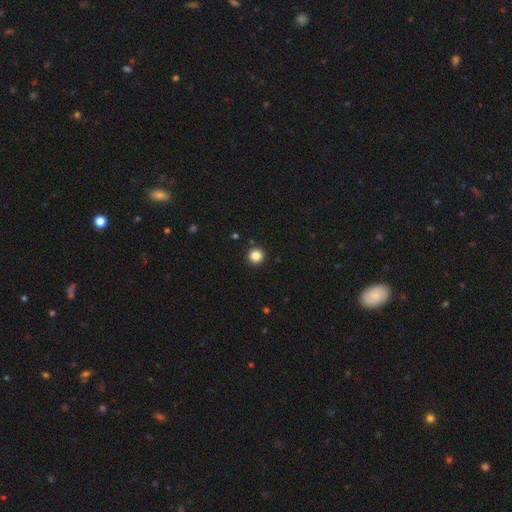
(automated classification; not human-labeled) Morphology: type=smooth (85%); roundness=round (96%); merging=none (93%).